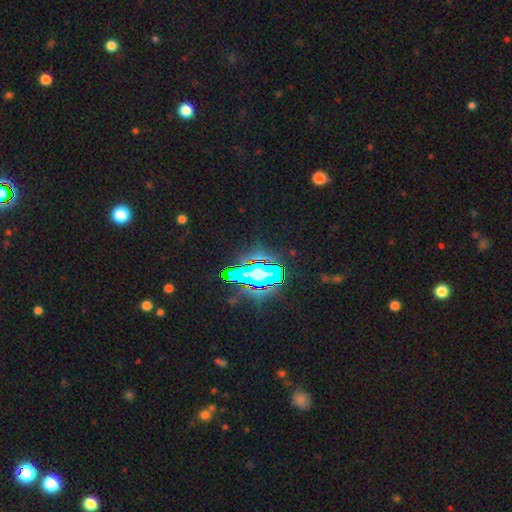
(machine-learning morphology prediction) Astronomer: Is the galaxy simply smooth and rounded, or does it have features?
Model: star or artifact — 84%.